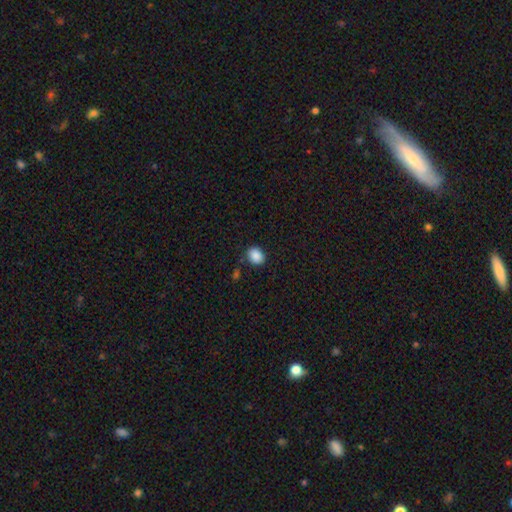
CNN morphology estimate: smooth 88%, star or artifact 9%, featured or disk 3%. Down the decision tree: how rounded — round (50%, tied with in between); merging — none (82%).